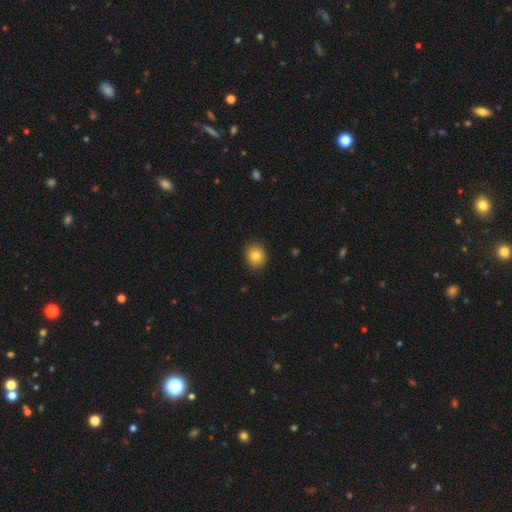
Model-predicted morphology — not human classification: The model was most divided on "how rounded": round: 75%, in between: 24%, cigar-shaped: 1%. More confident: merging — none (90%); smooth or featured — smooth (82%).